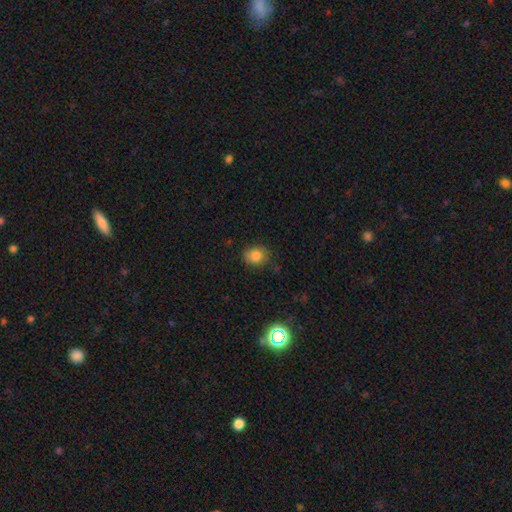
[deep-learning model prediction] Smooth or featured: smooth — 84% (star or artifact — 11%)
How rounded: round — 63% (in between — 36%)
Merging: none — 79% (minor disturbance — 16%)